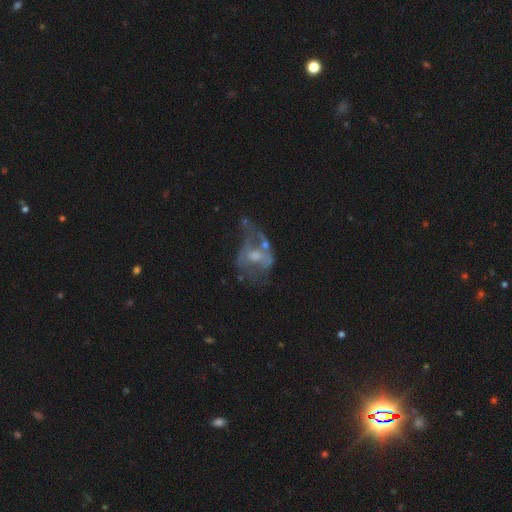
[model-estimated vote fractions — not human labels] Smooth or featured? featured or disk (67%)
Edge-on disk? no (96%)
Bar? no (68%)
Spiral arms? no (66%)
Bulge size? moderate (45%)
Merging? major disturbance (36%)